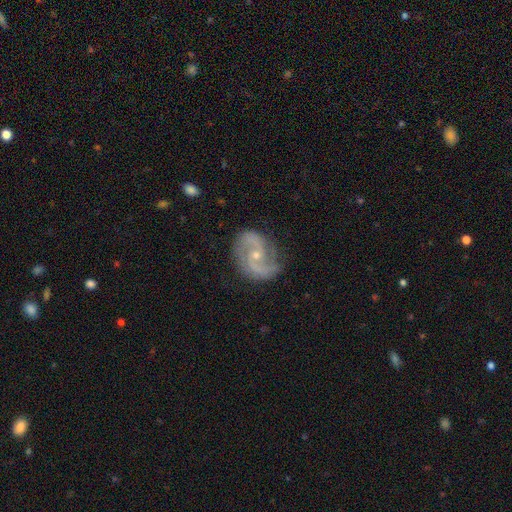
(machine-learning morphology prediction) Smooth or featured?
  - featured or disk: 88% *
  - smooth: 7%
  - star or artifact: 6%
Edge-on disk?
  - no: 98% *
  - yes: 2%
Bar?
  - no: 54% *
  - weak: 36%
  - strong: 10%
Spiral arms?
  - yes: 97% *
  - no: 3%
Spiral winding?
  - medium: 52% *
  - loose: 30%
  - tight: 18%
Spiral arm count?
  - 2: 89% *
  - can't tell: 4%
  - 3: 3%
  - 1: 2%
  - 4: 1%
  - more than 4: 1%
Bulge size?
  - small: 62% *
  - moderate: 34%
  - none: 2%
  - large: 1%
  - dominant: 1%
Merging?
  - none: 74% *
  - minor disturbance: 18%
  - major disturbance: 6%
  - merger: 2%